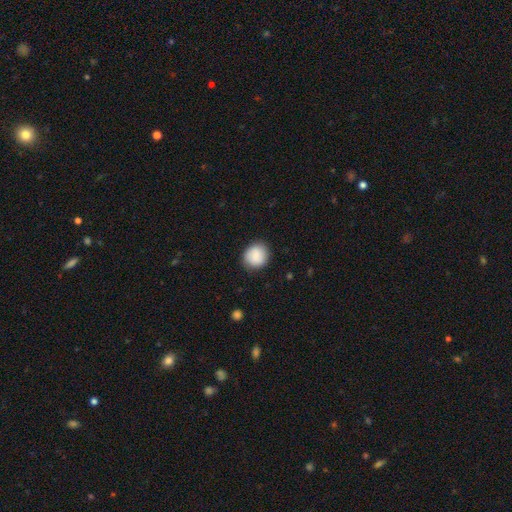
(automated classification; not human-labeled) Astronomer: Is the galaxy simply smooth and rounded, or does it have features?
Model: smooth — 86%.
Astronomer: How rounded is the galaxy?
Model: round — 84%.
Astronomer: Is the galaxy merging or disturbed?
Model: none — 85%.